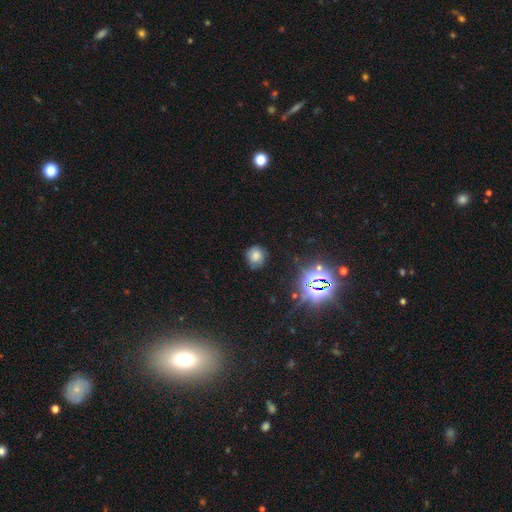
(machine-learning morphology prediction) smooth-or-featured: smooth: 71% | star or artifact: 19% | featured or disk: 9%
  how-rounded: round: 85% | in between: 14% | cigar-shaped: 1%
  merging: none: 78% | minor disturbance: 16% | major disturbance: 4% | merger: 2%